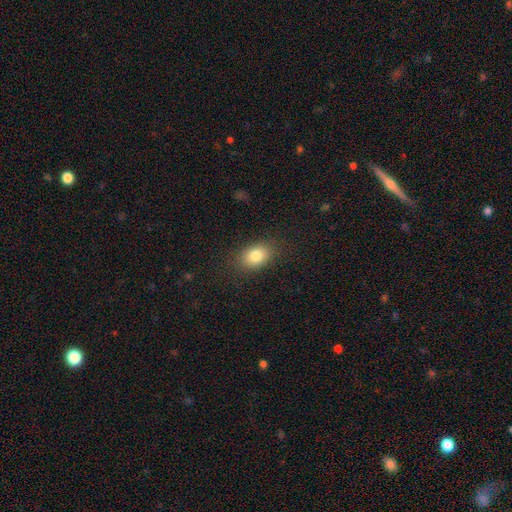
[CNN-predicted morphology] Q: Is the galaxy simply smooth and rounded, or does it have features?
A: smooth — 82%.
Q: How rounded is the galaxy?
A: in between — 77%.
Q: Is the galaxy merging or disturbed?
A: none — 85%.